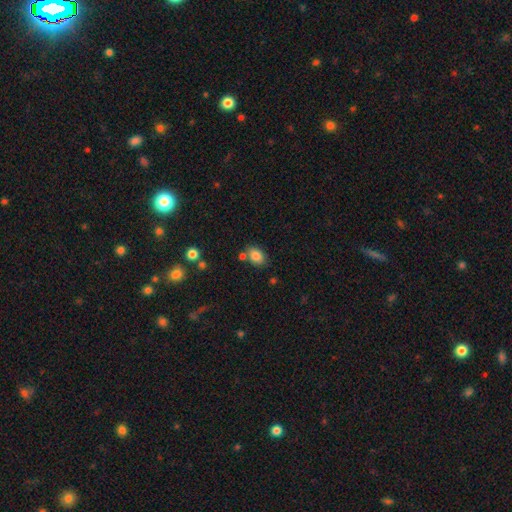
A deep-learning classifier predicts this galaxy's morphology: smooth-or-featured: smooth: 84% | star or artifact: 9% | featured or disk: 7%
  how-rounded: in between: 76% | round: 23% | cigar-shaped: 1%
  merging: none: 70% | minor disturbance: 14% | merger: 13% | major disturbance: 4%